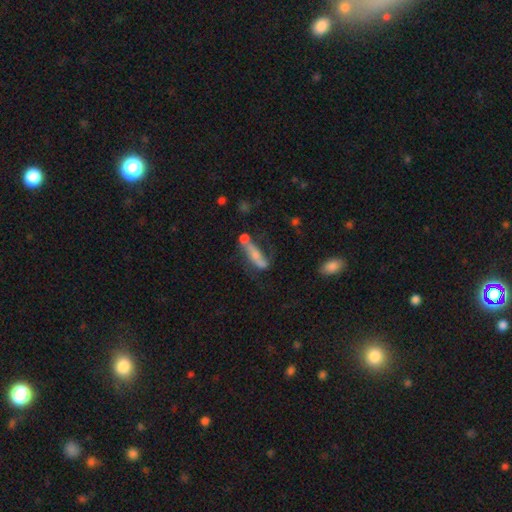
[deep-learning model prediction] The model was most divided on "merging": none: 33%, merger: 27%, major disturbance: 20%, minor disturbance: 20%. More confident: how rounded — cigar-shaped (62%); smooth or featured — smooth (50%).